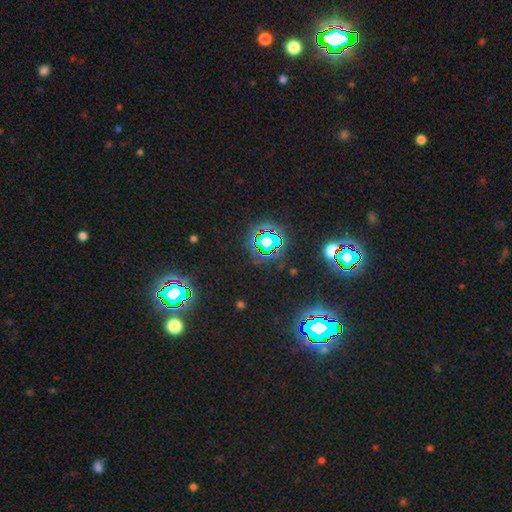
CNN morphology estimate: Smooth or featured?
  - star or artifact: 82% *
  - smooth: 11%
  - featured or disk: 7%